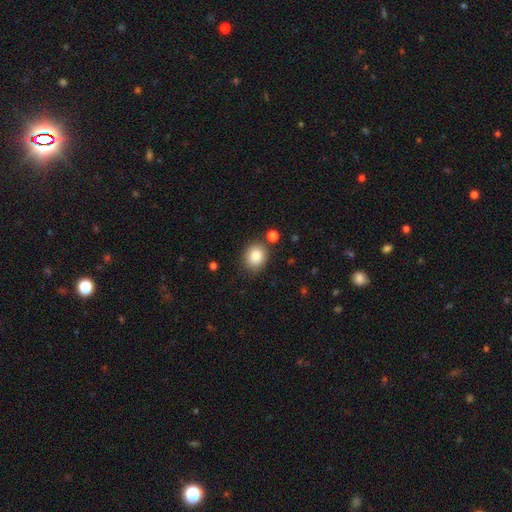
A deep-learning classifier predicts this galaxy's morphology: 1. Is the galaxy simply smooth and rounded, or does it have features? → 85% smooth, 9% star or artifact, 6% featured or disk.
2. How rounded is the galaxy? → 69% round, 31% in between, 1% cigar-shaped.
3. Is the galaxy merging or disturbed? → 79% none, 12% minor disturbance, 6% merger, 3% major disturbance.